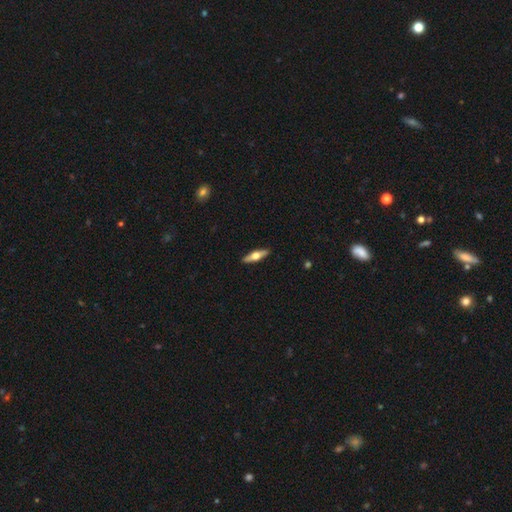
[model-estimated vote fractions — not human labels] Overall: featured or disk (59%; smooth 35%). Edge-on disk: yes (94%). Edge-on bulge: rounded (95%). Merging: none (91%).